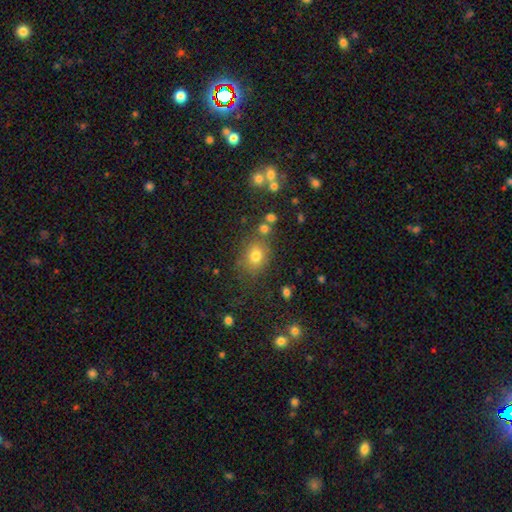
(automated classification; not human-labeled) Morphology: type=smooth (75%); roundness=round (57%); merging=none (72%).